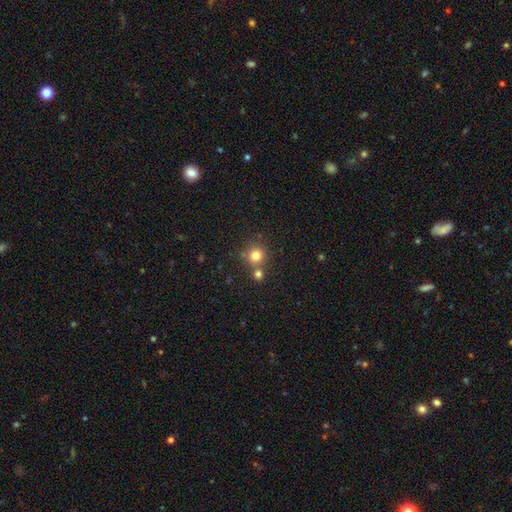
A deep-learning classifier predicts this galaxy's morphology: A smooth galaxy with no disk features (79%) that is round (92%). Merging: none (65%).